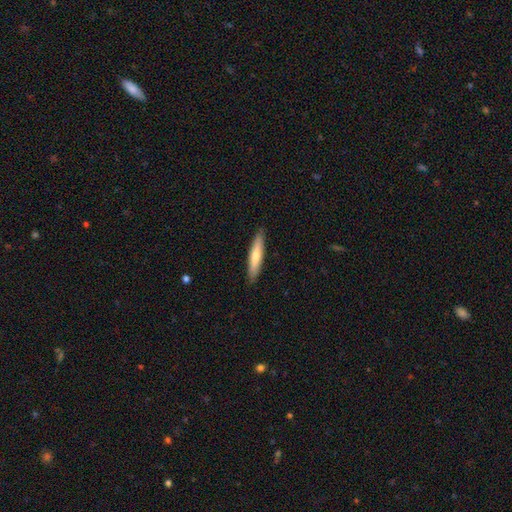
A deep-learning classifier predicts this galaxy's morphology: This is likely a smooth galaxy (65%). How rounded: clearly cigar-shaped (88%). Merging: clearly none (90%).